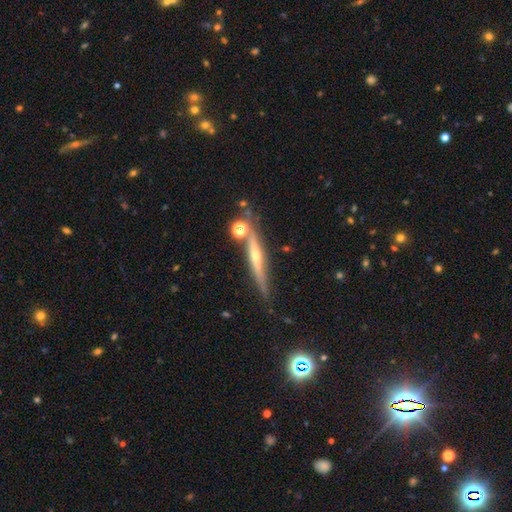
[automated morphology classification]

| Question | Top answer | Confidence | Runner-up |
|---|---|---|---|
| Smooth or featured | featured or disk | 69% | smooth (21%) |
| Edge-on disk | yes | 94% | no (6%) |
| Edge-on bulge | rounded | 74% | none (21%) |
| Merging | none | 75% | minor disturbance (13%) |